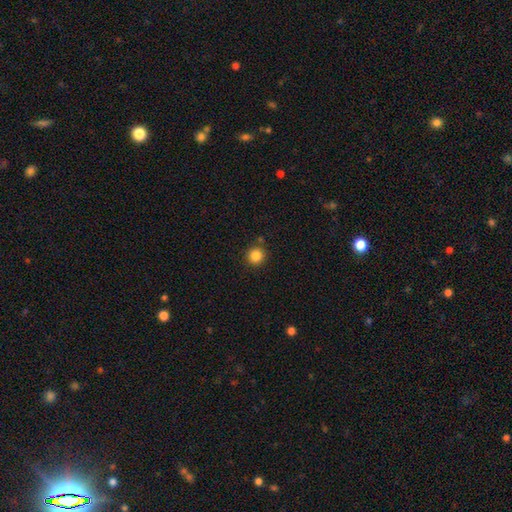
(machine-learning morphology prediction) smooth 85%, star or artifact 11%, featured or disk 4%. Down the decision tree: how rounded — round (94%); merging — none (86%).